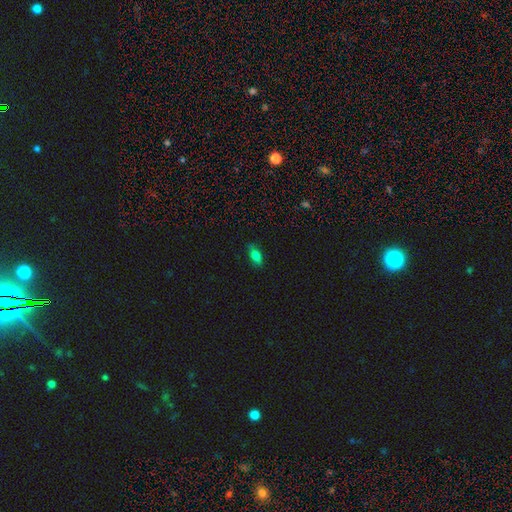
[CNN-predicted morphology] Overall: smooth (77%). How rounded: in between (81%). Merging: none (80%).